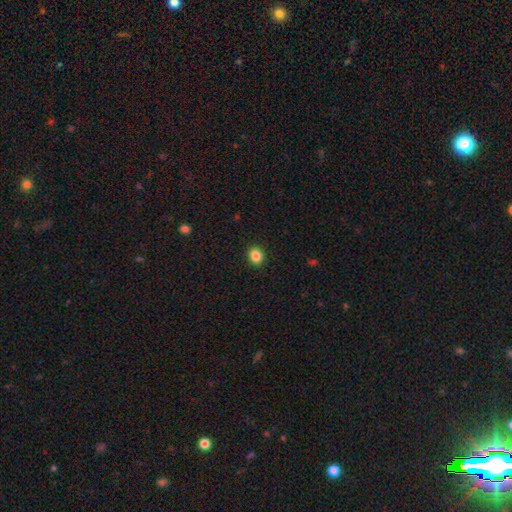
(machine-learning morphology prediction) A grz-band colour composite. It shows a smooth galaxy with no disk features (86%) that is round (66%). Merging: none (92%).